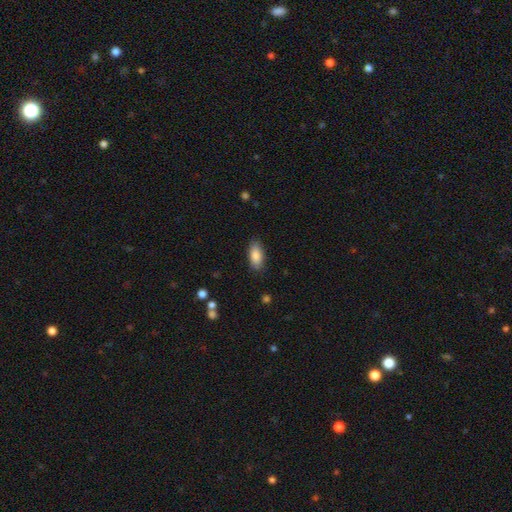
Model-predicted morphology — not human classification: Smooth or featured? smooth (86%)
How rounded? in between (88%)
Merging? none (86%)